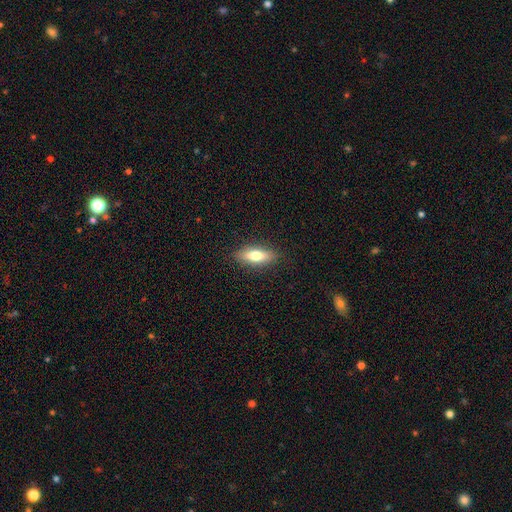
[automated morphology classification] This is likely a smooth galaxy (70%). How rounded: likely in between (62%). Merging: clearly none (88%).